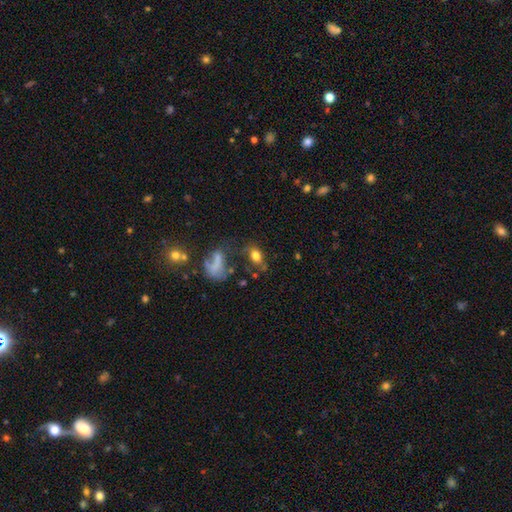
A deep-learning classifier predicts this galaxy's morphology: Smooth or featured? smooth (75%)
How rounded? in between (76%)
Merging? none (56%)